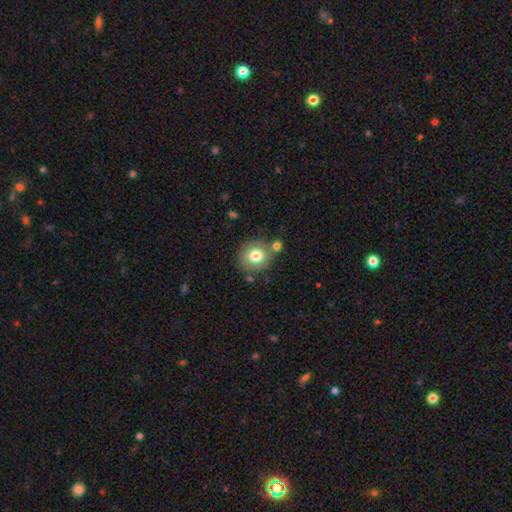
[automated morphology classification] A smooth galaxy with no disk features (77%) that is round (84%).

Vote fractions:
- Smooth or featured? smooth: 77% / featured or disk: 13% / star or artifact: 10%
- How rounded? round: 84% / in between: 15% / cigar-shaped: 1%
- Merging? none: 70% / merger: 13% / minor disturbance: 12% / major disturbance: 4%